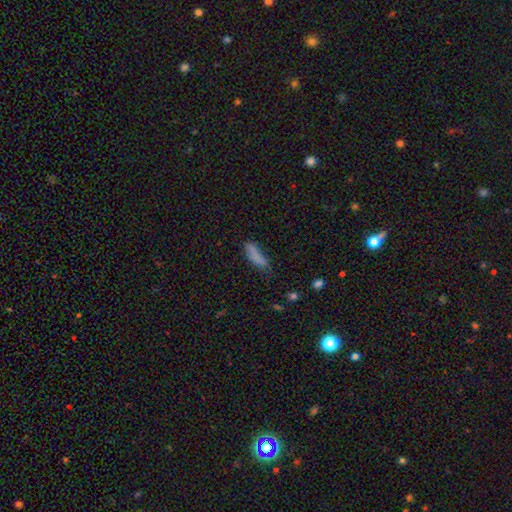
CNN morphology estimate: Overall: smooth (80%). How rounded: cigar-shaped (56%; in between 41%). Merging: none (51%; minor disturbance 31%).